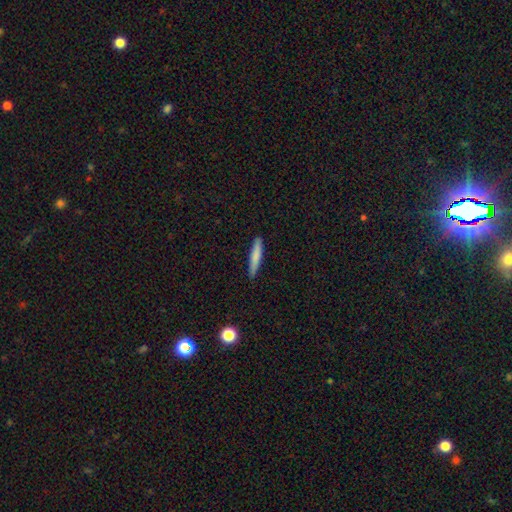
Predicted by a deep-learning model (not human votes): Q: Smooth or featured?
A: smooth (78%); runner-up: featured or disk (16%)
Q: How rounded?
A: cigar-shaped (92%); runner-up: in between (7%)
Q: Merging?
A: none (86%); runner-up: minor disturbance (11%)